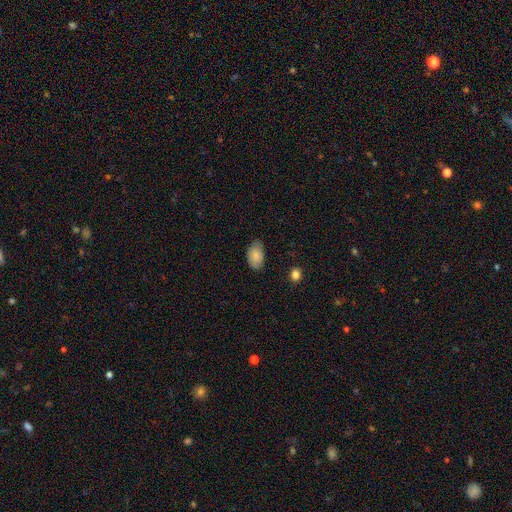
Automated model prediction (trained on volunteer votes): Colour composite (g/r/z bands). It shows a smooth galaxy with no disk features (85%) that is in between round and cigar-shaped (91%). Merging: none (76%).